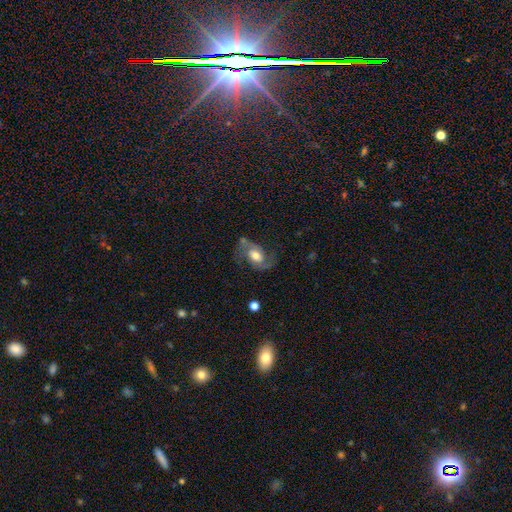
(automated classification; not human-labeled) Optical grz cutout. It shows a featured or disk galaxy (78%) with no bar (48%), 2 (90%) medium (48%) spiral arms (93%) and a moderate central bulge (62%). Merging: none (66%).